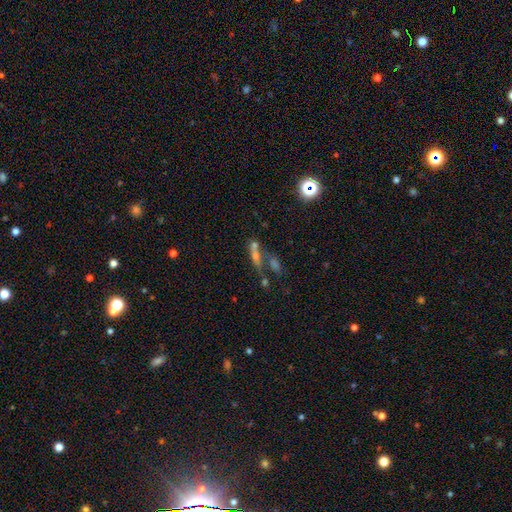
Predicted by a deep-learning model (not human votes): Q: Smooth or featured?
A: smooth (40%); runner-up: featured or disk (32%)
Q: Merging?
A: merger (43%); runner-up: none (35%)